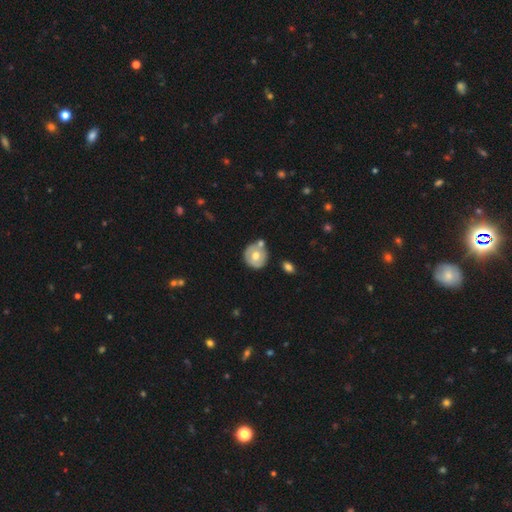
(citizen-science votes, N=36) smooth 53%, featured or disk 44%, star or artifact 3%. Down the decision tree: how rounded — round (89%); merging — none (46%).